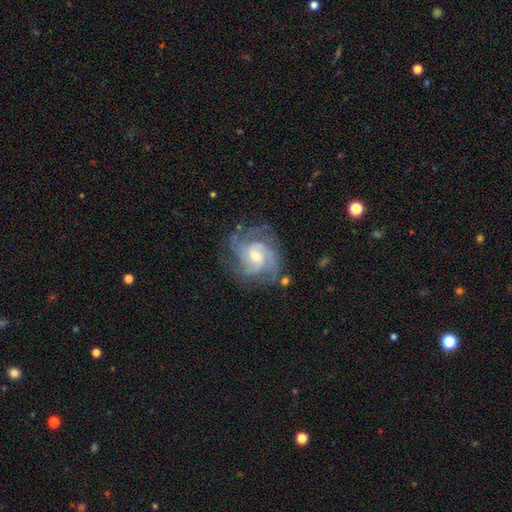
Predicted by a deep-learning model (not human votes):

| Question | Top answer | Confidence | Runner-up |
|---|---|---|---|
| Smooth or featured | featured or disk | 88% | smooth (7%) |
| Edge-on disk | no | 98% | yes (2%) |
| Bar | no | 49% | weak (43%) |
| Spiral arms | yes | 97% | no (3%) |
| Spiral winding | tight | 52% | medium (40%) |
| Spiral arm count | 3 | 36% | 4 (19%) |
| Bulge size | moderate | 48% | small (46%) |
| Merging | none | 73% | minor disturbance (17%) |